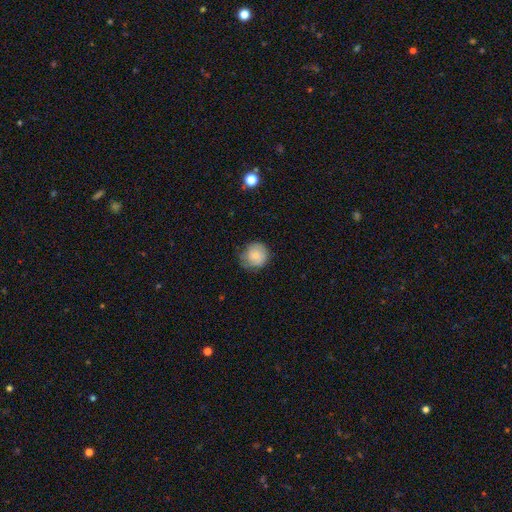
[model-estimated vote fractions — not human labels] This is clearly a smooth galaxy (85%). How rounded: clearly round (90%). Merging: likely none (74%).